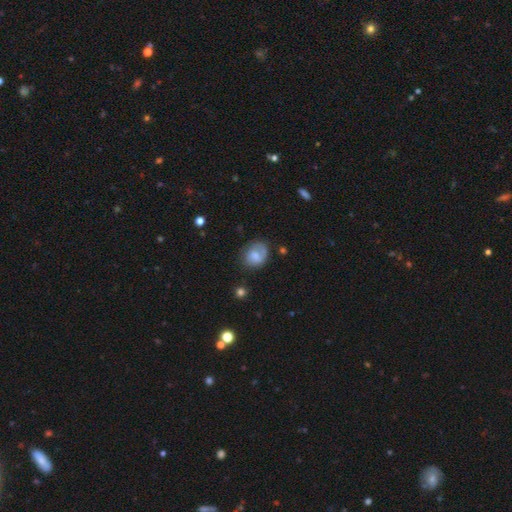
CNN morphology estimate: Smooth or featured: smooth — 62% (featured or disk — 29%)
How rounded: round — 58% (in between — 41%)
Merging: none — 61% (minor disturbance — 24%)